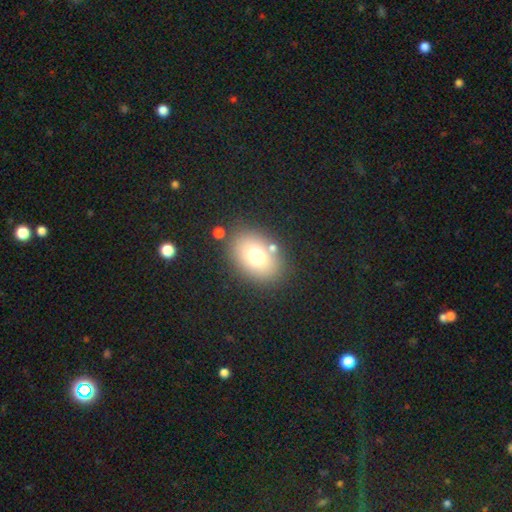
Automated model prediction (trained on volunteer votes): A smooth galaxy with no disk features (71%) that is in between round and cigar-shaped (66%).

Vote fractions:
- Smooth or featured? smooth: 71% / featured or disk: 15% / star or artifact: 14%
- How rounded? in between: 66% / round: 33% / cigar-shaped: 1%
- Merging? none: 79% / minor disturbance: 10% / merger: 7% / major disturbance: 5%